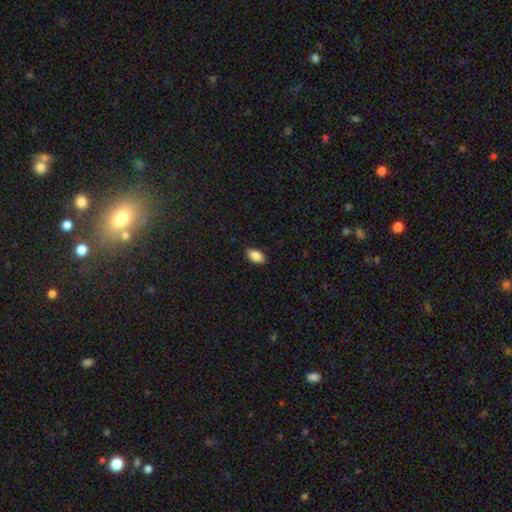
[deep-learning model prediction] Smooth or featured?
  - smooth: 88% *
  - star or artifact: 7%
  - featured or disk: 5%
How rounded?
  - in between: 92% *
  - round: 5%
  - cigar-shaped: 2%
Merging?
  - none: 89% *
  - minor disturbance: 8%
  - major disturbance: 2%
  - merger: 1%